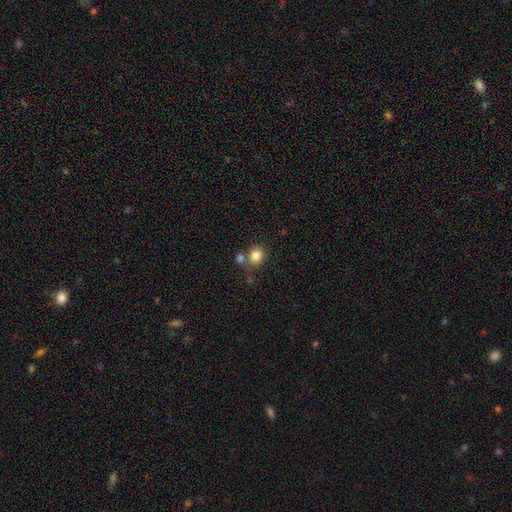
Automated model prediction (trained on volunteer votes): smooth-or-featured: smooth: 84% | star or artifact: 10% | featured or disk: 6%
  how-rounded: round: 79% | in between: 20% | cigar-shaped: 1%
  merging: none: 63% | merger: 23% | minor disturbance: 10% | major disturbance: 3%